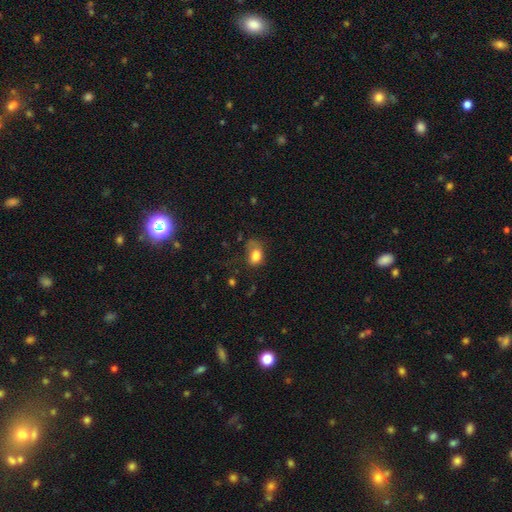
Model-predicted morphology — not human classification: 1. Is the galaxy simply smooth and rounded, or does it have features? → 80% smooth, 11% featured or disk, 10% star or artifact.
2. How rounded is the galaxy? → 69% in between, 30% round, 1% cigar-shaped.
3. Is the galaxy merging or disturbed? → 39% none, 31% minor disturbance, 27% major disturbance, 4% merger.